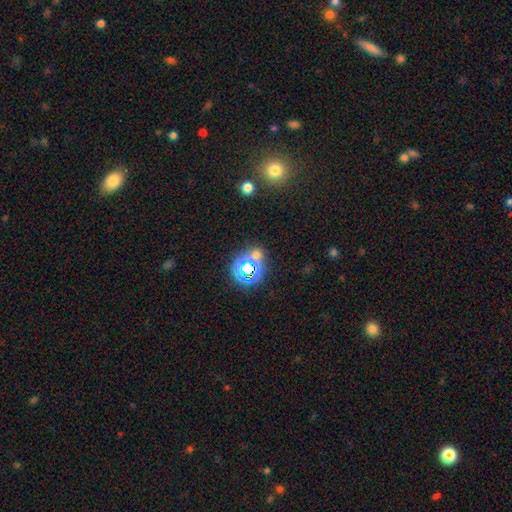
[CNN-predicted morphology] This is possibly a star or artifact rather than a galaxy (56%).